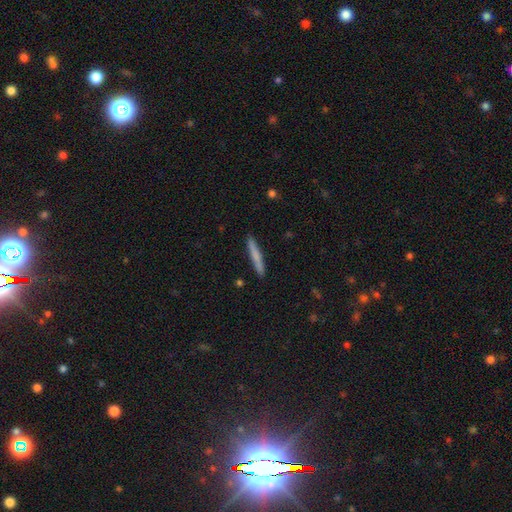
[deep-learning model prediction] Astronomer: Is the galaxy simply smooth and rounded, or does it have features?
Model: smooth — 71%.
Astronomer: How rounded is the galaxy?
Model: cigar-shaped — 95%.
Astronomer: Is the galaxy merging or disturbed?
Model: none — 90%.